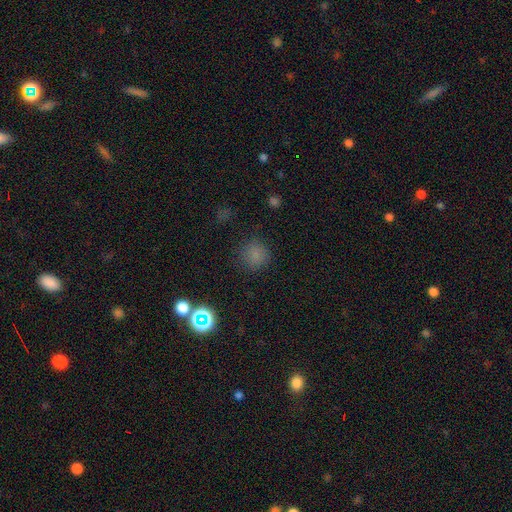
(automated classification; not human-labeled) This is likely a smooth galaxy (75%). How rounded: clearly round (91%). Merging: clearly none (84%).